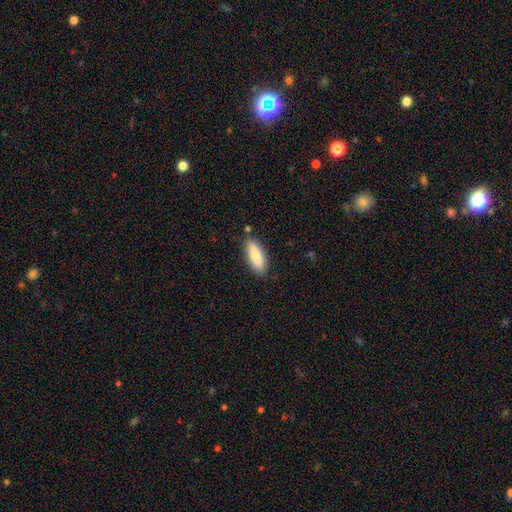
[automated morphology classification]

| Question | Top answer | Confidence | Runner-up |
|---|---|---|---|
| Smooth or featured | smooth | 81% | featured or disk (13%) |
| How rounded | in between | 69% | cigar-shaped (29%) |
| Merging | none | 84% | minor disturbance (12%) |